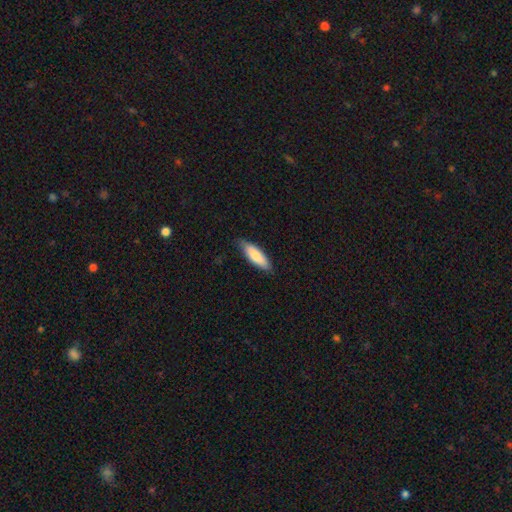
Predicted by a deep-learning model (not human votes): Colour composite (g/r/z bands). It shows a smooth galaxy with no disk features (79%) that is in between round and cigar-shaped (52%). Merging: none (81%).